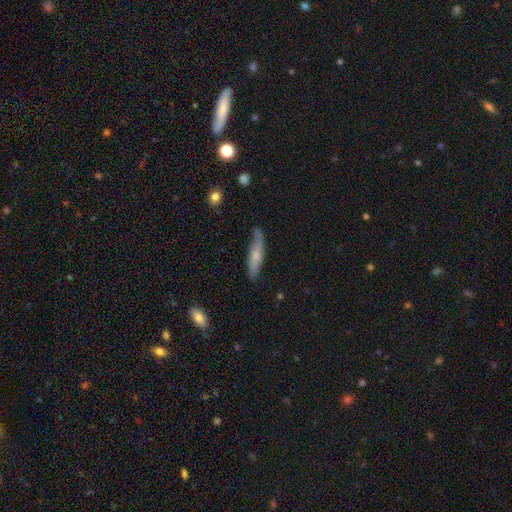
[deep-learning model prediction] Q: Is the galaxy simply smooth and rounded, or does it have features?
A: smooth — 56%.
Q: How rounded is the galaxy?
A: cigar-shaped — 71%.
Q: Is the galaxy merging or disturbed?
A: none — 66%.